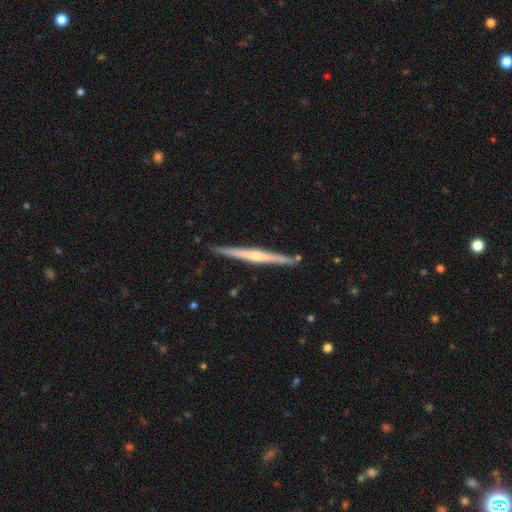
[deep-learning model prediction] Morphology: type=featured or disk (75%); edge-on=yes (98%); edge-on bulge=rounded (73%); merging=none (90%).